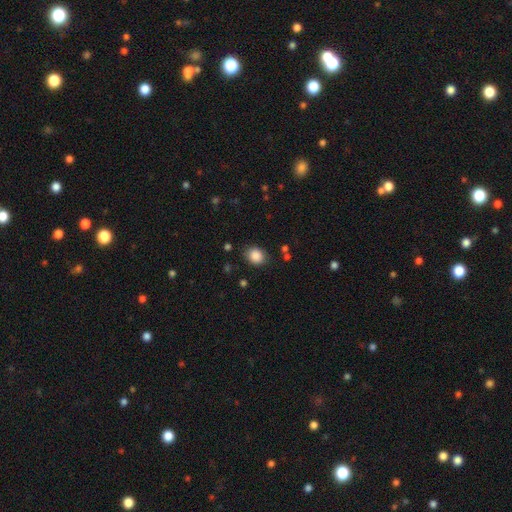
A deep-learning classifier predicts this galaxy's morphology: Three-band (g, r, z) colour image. It shows a smooth galaxy with no disk features (87%) that is round (59%). Merging: none (83%).